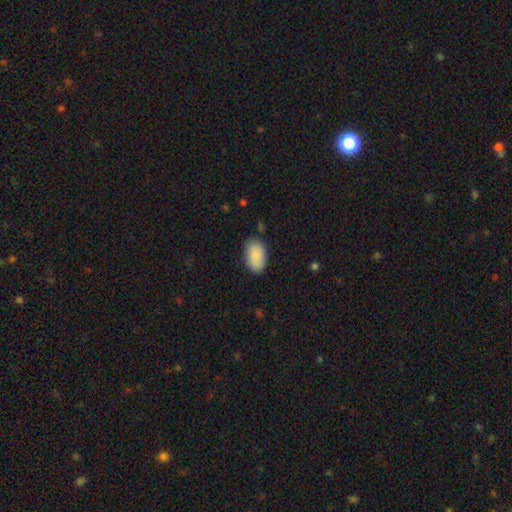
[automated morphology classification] smooth_or_featured: smooth (p=0.89) [alt: star or artifact p=0.06]
how_rounded: in between (p=0.93) [alt: round p=0.06]
merging: none (p=0.83) [alt: minor disturbance p=0.13]